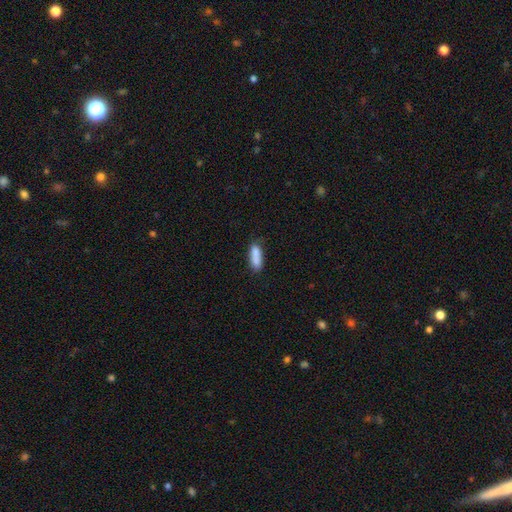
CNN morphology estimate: Smooth or featured? Predicted: smooth (p=0.85). How rounded? Predicted: in between (p=0.58). Merging? Predicted: none (p=0.66).